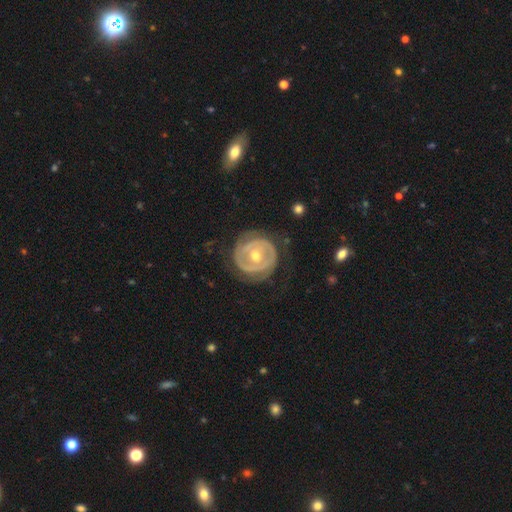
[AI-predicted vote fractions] Smooth or featured? featured or disk (77%)
Edge-on disk? no (97%)
Bar? no (46%)
Spiral arms? yes (57%)
Bulge size? moderate (69%)
Merging? none (74%)